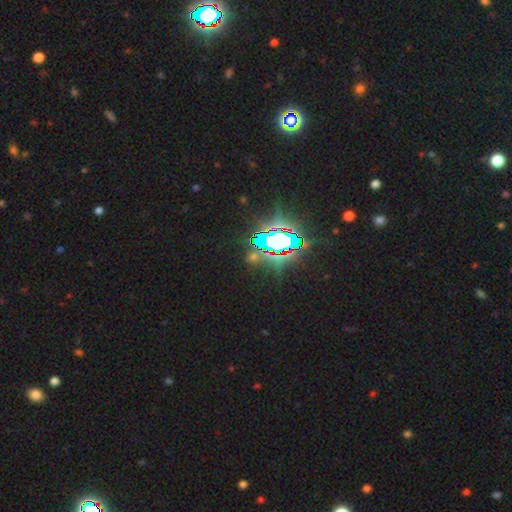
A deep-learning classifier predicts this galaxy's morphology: A star or artifact, not a galaxy (77%).

Vote fractions:
- Smooth or featured? star or artifact: 77% / smooth: 13% / featured or disk: 11%